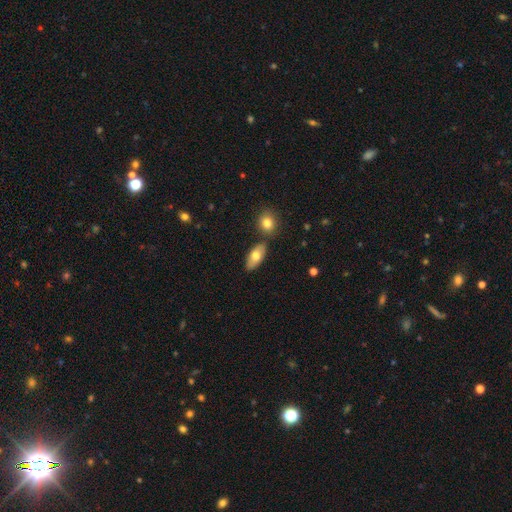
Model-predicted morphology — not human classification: smooth_or_featured: smooth (p=0.70) [alt: featured or disk p=0.23]
how_rounded: in between (p=0.87) [alt: cigar-shaped p=0.10]
merging: none (p=0.77) [alt: minor disturbance p=0.11]